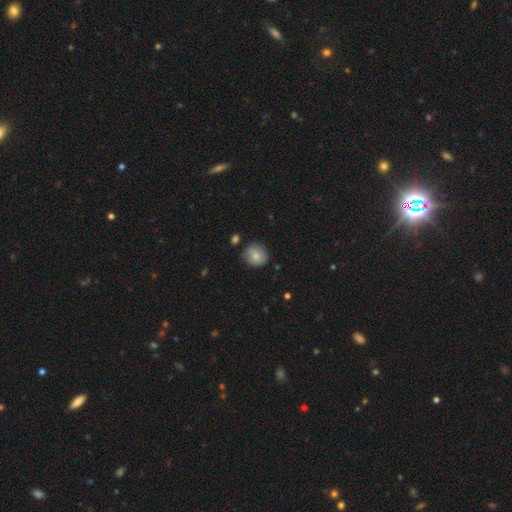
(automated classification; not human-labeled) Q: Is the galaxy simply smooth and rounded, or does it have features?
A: smooth — 74%.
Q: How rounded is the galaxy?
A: round — 83%.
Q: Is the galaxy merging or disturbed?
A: none — 72%.